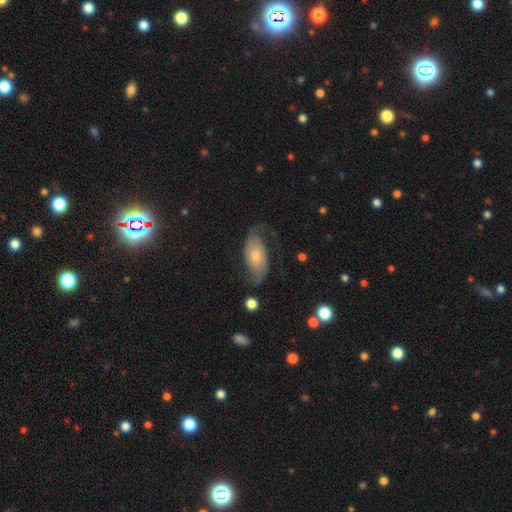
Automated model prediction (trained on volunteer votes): Q: Smooth or featured?
A: featured or disk (73%); runner-up: smooth (20%)
Q: Edge-on disk?
A: no (94%); runner-up: yes (6%)
Q: Bar?
A: no (69%); runner-up: weak (24%)
Q: Spiral arms?
A: yes (92%); runner-up: no (8%)
Q: Spiral winding?
A: loose (48%); runner-up: medium (36%)
Q: Spiral arm count?
A: 2 (89%); runner-up: can't tell (5%)
Q: Bulge size?
A: moderate (49%); runner-up: small (38%)
Q: Merging?
A: none (65%); runner-up: minor disturbance (18%)